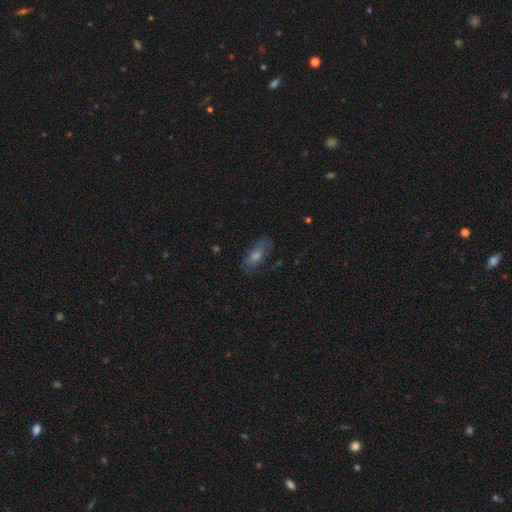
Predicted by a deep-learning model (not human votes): A smooth galaxy with no disk features (50%) that is in between round and cigar-shaped (68%). Merging: none (77%).